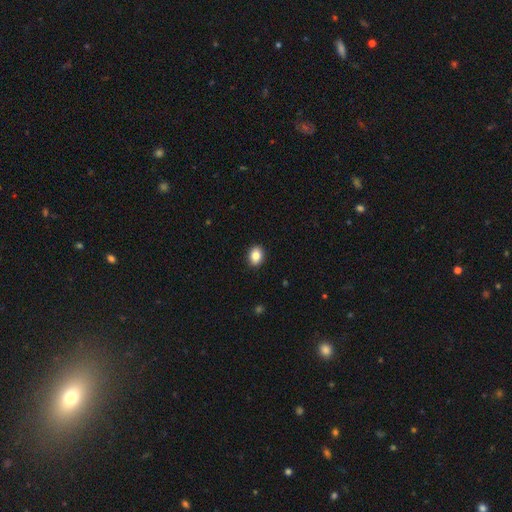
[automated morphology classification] smooth-or-featured: smooth: 85% | star or artifact: 8% | featured or disk: 7%
  how-rounded: in between: 65% | round: 34% | cigar-shaped: 1%
  merging: none: 91% | minor disturbance: 7% | major disturbance: 2% | merger: 1%